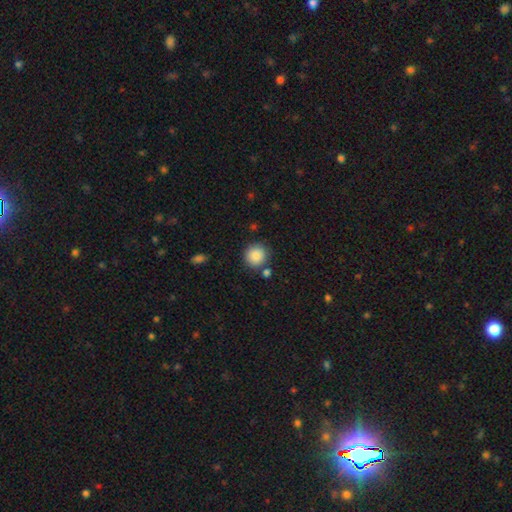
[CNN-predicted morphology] smooth_or_featured: smooth (p=0.88) [alt: star or artifact p=0.08]
how_rounded: round (p=0.91) [alt: in between p=0.08]
merging: none (p=0.81) [alt: minor disturbance p=0.09]